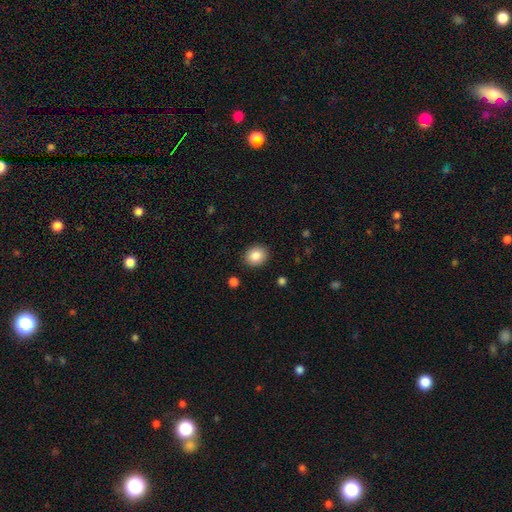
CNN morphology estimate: Smooth or featured?
  - smooth: 86% *
  - star or artifact: 9%
  - featured or disk: 6%
How rounded?
  - round: 63% *
  - in between: 36%
  - cigar-shaped: 1%
Merging?
  - none: 90% *
  - minor disturbance: 7%
  - major disturbance: 2%
  - merger: 1%